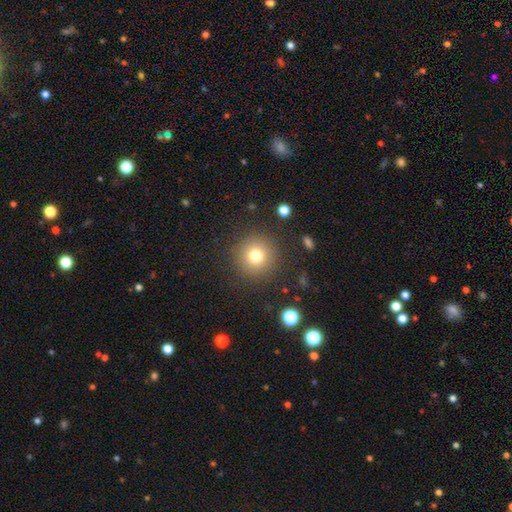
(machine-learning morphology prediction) Smooth or featured?
  - smooth: 76% *
  - star or artifact: 14%
  - featured or disk: 10%
How rounded?
  - round: 95% *
  - in between: 4%
  - cigar-shaped: 1%
Merging?
  - none: 89% *
  - minor disturbance: 6%
  - major disturbance: 3%
  - merger: 2%